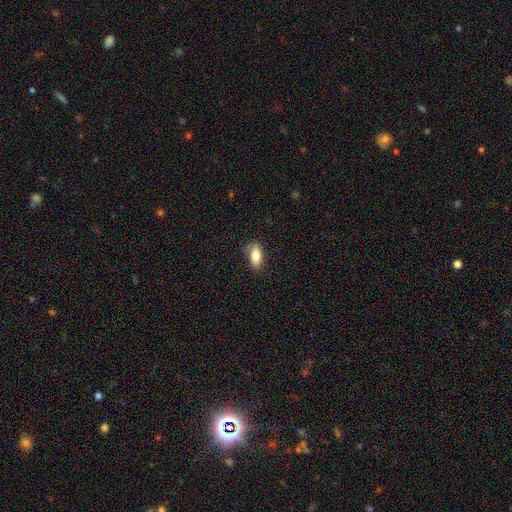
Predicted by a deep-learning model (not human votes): This appears to be a smooth galaxy with no disk features (80%) that is in between round and cigar-shaped (77%). Merging: none (74%).